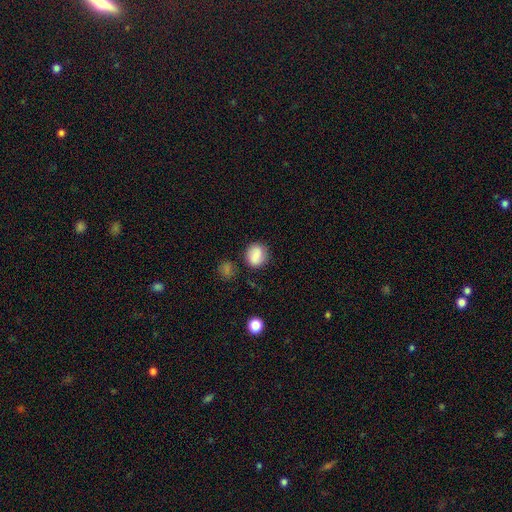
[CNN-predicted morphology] This appears to be a smooth galaxy with no disk features (80%) that is round (68%). Merging: none (76%).